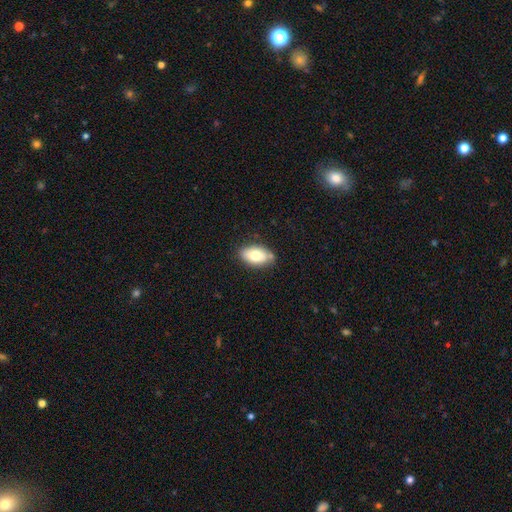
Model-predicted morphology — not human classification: Overall: smooth (74%). How rounded: in between (91%). Merging: none (74%).